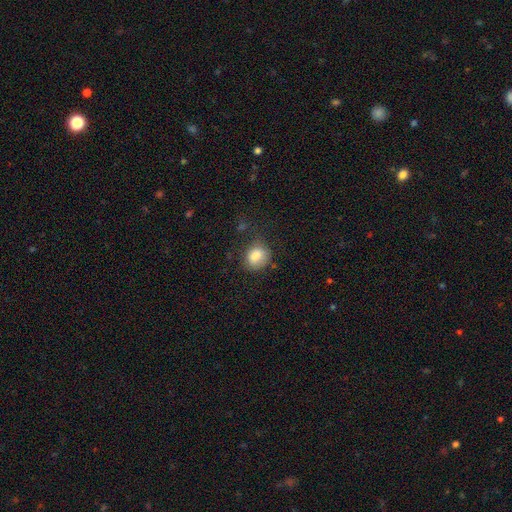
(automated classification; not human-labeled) smooth-or-featured: smooth: 84% | star or artifact: 9% | featured or disk: 7%
  how-rounded: round: 59% | in between: 40% | cigar-shaped: 1%
  merging: none: 64% | minor disturbance: 24% | major disturbance: 9% | merger: 3%